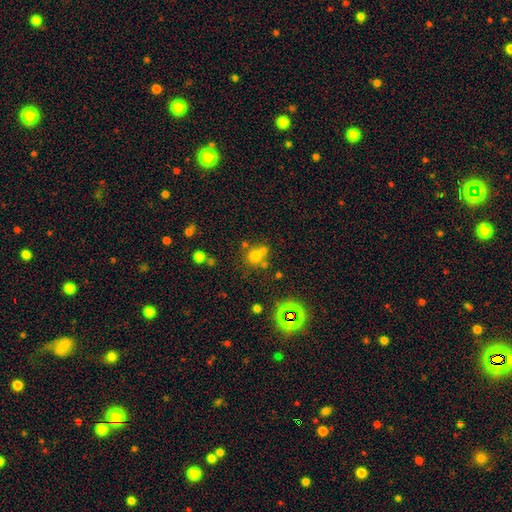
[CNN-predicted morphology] Smooth or featured? smooth (64%)
How rounded? round (83%)
Merging? none (49%)